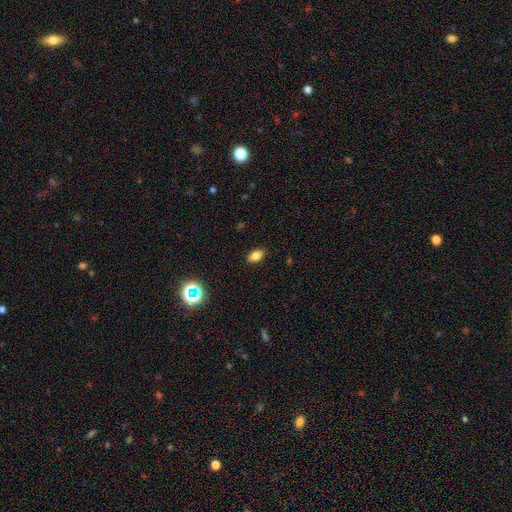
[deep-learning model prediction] Smooth or featured? smooth (80%)
How rounded? in between (88%)
Merging? none (85%)